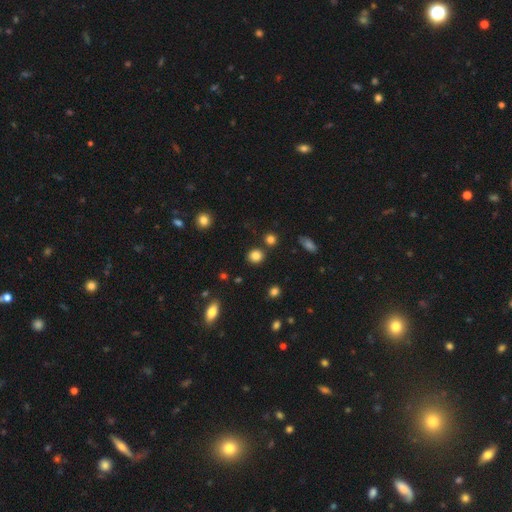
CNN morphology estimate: Overall: smooth (83%). How rounded: round (83%). Merging: none (84%).